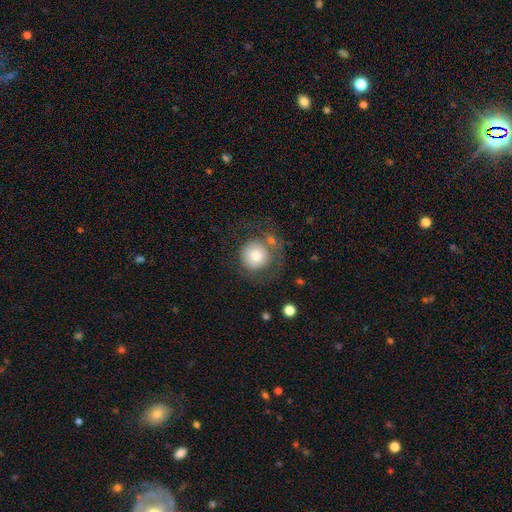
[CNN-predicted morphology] smooth_or_featured: smooth (p=0.71) [alt: featured or disk p=0.21]
how_rounded: round (p=0.94) [alt: in between p=0.05]
merging: none (p=0.56) [alt: major disturbance p=0.18]